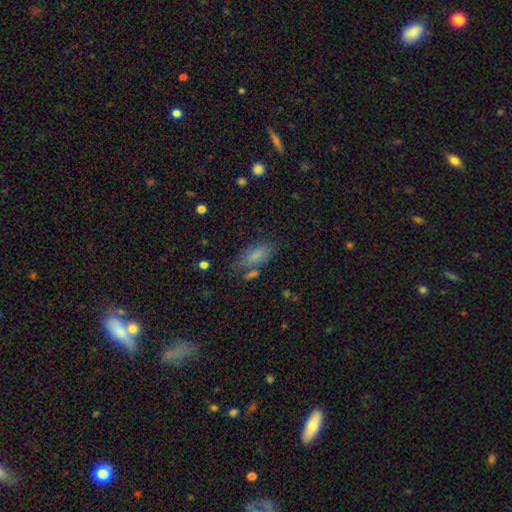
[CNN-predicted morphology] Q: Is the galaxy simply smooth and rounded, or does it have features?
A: smooth — 78%.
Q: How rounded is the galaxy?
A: in between — 83%.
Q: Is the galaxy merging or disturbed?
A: none — 66%.